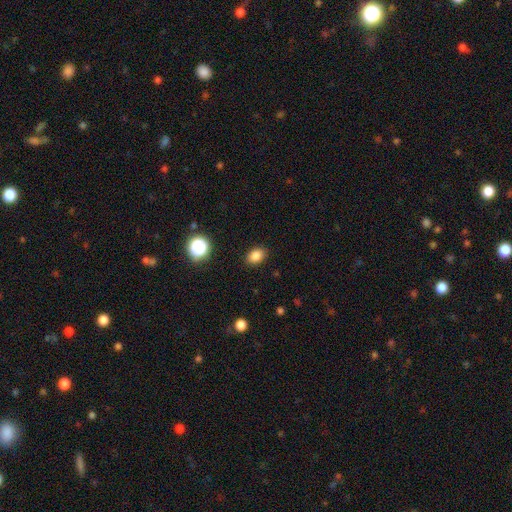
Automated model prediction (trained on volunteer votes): This appears to be a smooth galaxy with no disk features (84%) that is in between round and cigar-shaped (74%). Merging: none (88%).